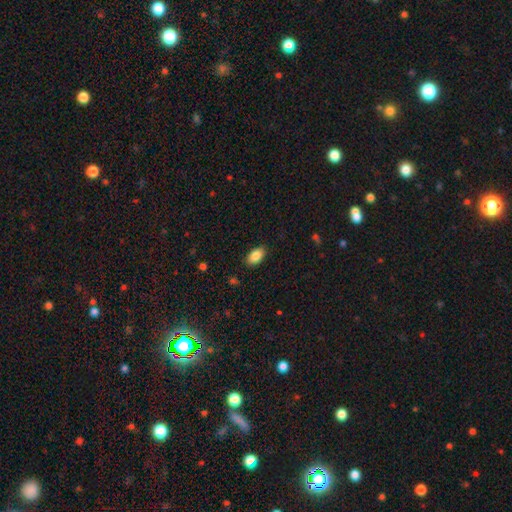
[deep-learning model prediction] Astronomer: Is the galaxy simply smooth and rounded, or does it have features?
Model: smooth — 87%.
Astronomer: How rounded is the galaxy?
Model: in between — 93%.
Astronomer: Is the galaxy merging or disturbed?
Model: none — 87%.